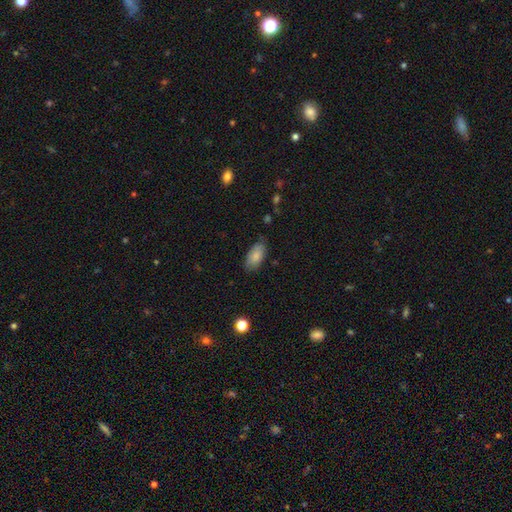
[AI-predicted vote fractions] Morphology: type=smooth (83%); roundness=in between (92%); merging=none (77%).